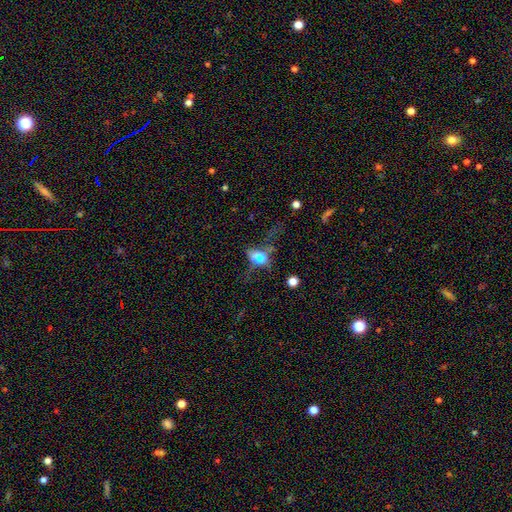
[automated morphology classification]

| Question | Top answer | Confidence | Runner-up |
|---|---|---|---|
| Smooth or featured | smooth | 63% | featured or disk (24%) |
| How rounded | in between | 71% | round (23%) |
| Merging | major disturbance | 38% | none (35%) |